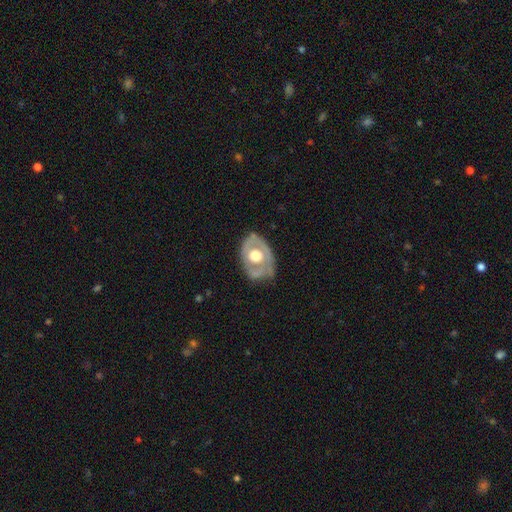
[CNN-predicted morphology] Smooth or featured? featured or disk (63%)
Edge-on disk? no (92%)
Bar? no (88%)
Spiral arms? no (75%)
Bulge size? large (47%)
Merging? none (59%)